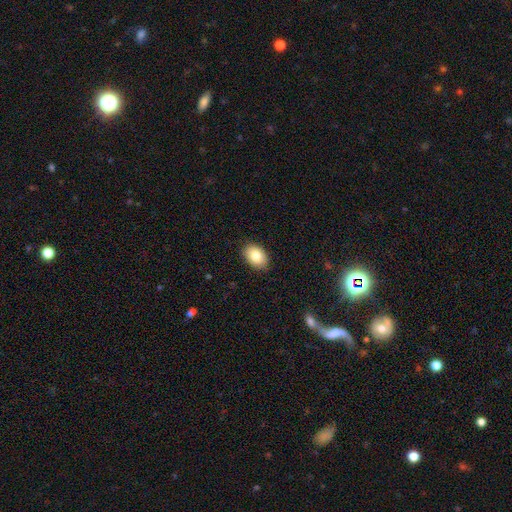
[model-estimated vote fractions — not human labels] smooth-or-featured: smooth: 83% | featured or disk: 9% | star or artifact: 8%
  how-rounded: in between: 81% | round: 18% | cigar-shaped: 1%
  merging: none: 87% | minor disturbance: 10% | major disturbance: 2% | merger: 1%